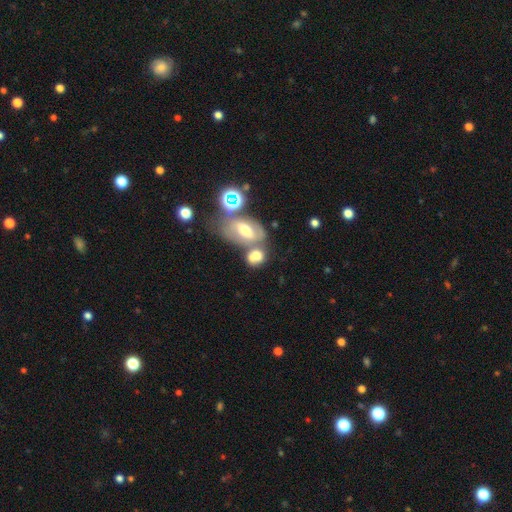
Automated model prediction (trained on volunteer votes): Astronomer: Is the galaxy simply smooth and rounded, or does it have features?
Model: smooth — 58%.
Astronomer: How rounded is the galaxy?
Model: in between — 64%.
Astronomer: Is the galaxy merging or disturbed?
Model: merger — 47% (runner-up: none, 32%).